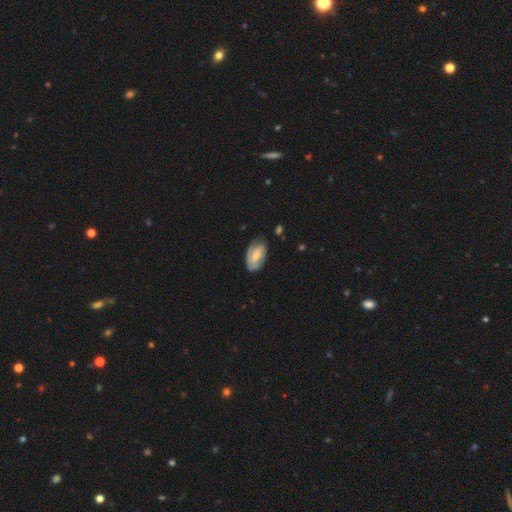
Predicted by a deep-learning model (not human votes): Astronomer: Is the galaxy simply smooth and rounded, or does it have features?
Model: featured or disk — 51% (runner-up: smooth, 42%).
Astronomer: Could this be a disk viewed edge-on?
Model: no — 94%.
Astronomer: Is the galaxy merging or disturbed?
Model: none — 61%.